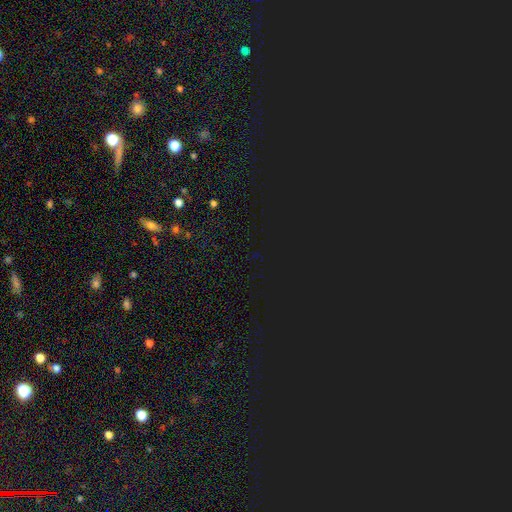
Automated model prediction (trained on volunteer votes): smooth-or-featured: star or artifact: 81% | smooth: 12% | featured or disk: 6%